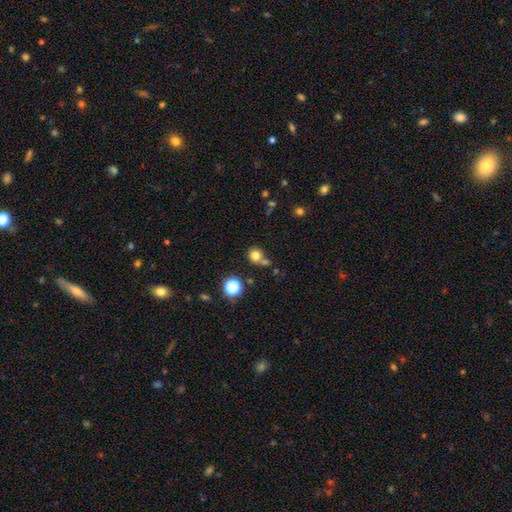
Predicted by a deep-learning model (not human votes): Smooth or featured?
  - smooth: 77% *
  - star or artifact: 15%
  - featured or disk: 8%
How rounded?
  - round: 86% *
  - in between: 13%
  - cigar-shaped: 1%
Merging?
  - none: 60% *
  - merger: 23%
  - minor disturbance: 12%
  - major disturbance: 5%